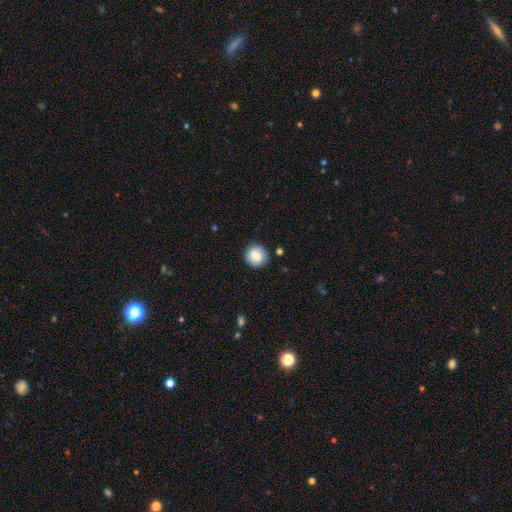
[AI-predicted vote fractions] smooth_or_featured: smooth (p=0.86) [alt: star or artifact p=0.08]
how_rounded: round (p=0.91) [alt: in between p=0.08]
merging: none (p=0.88) [alt: minor disturbance p=0.09]